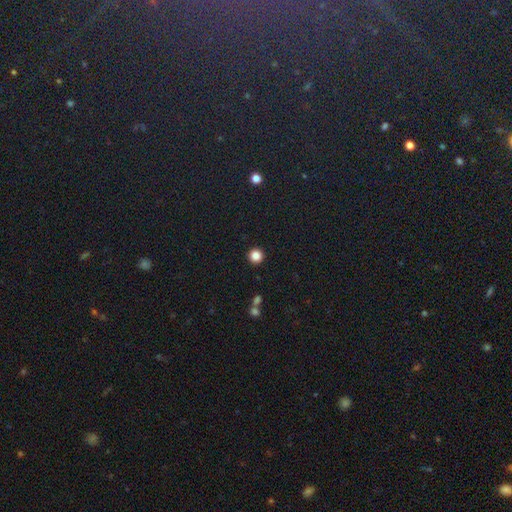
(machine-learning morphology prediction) The model was most divided on "smooth or featured": smooth: 85%, star or artifact: 11%, featured or disk: 4%. More confident: how rounded — round (96%); merging — none (92%).